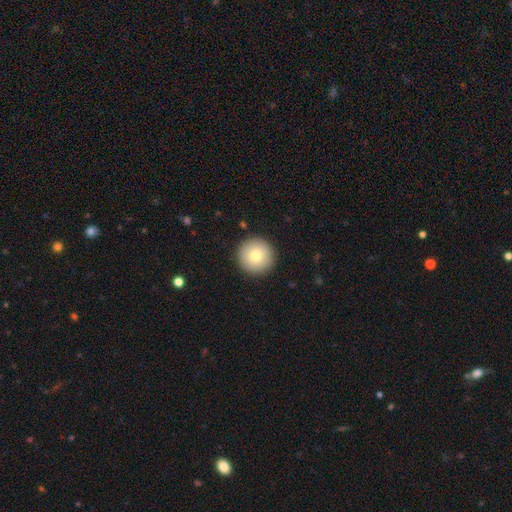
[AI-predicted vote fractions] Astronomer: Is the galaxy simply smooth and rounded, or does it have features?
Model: smooth — 79%.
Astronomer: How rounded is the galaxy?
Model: round — 96%.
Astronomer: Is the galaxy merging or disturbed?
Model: none — 92%.